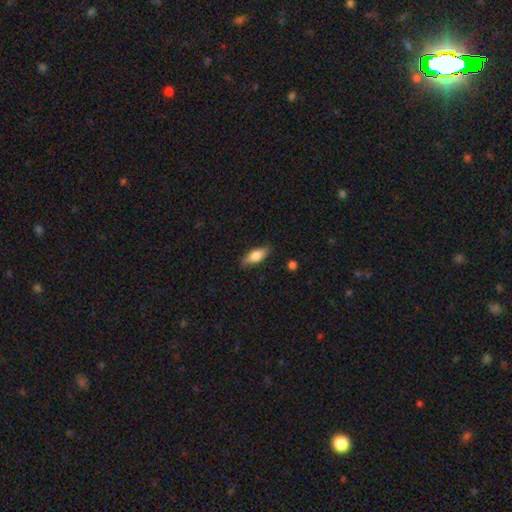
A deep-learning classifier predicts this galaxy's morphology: Smooth or featured: smooth — 71% (featured or disk — 23%)
How rounded: in between — 72% (cigar-shaped — 25%)
Merging: none — 84% (minor disturbance — 13%)